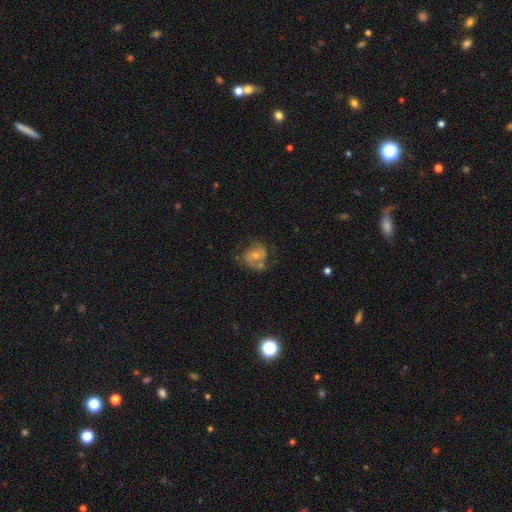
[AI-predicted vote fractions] This appears to be a featured or disk galaxy (72%) with no bar (60%), 2 (79%) medium (50%) spiral arms (87%) and a moderate central bulge (51%). Merging: none (53%).